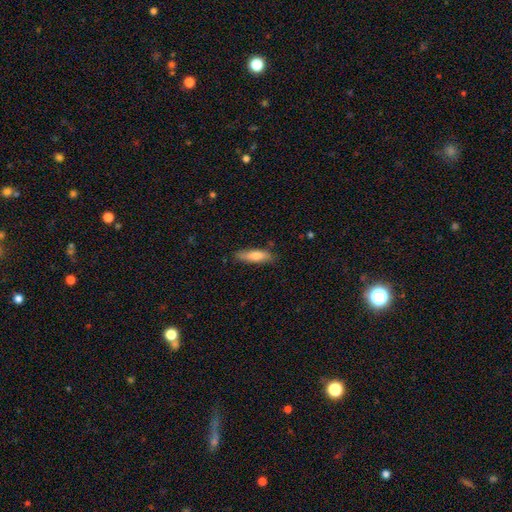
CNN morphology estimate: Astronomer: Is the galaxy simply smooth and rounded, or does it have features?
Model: smooth — 74%.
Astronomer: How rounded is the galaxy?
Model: cigar-shaped — 67%.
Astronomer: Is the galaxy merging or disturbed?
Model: none — 81%.